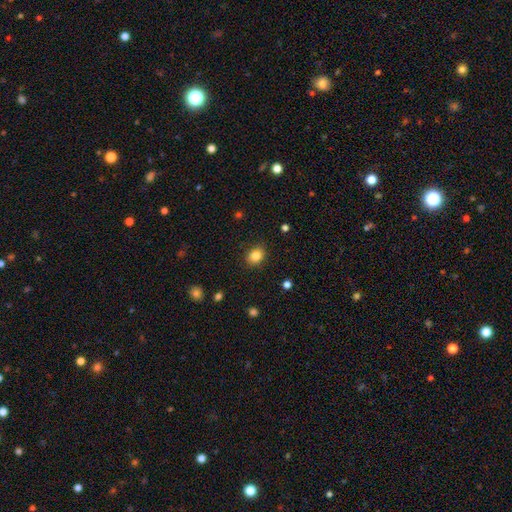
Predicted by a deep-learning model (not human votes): Overall: smooth (85%). How rounded: round (55%; in between 44%). Merging: none (86%).